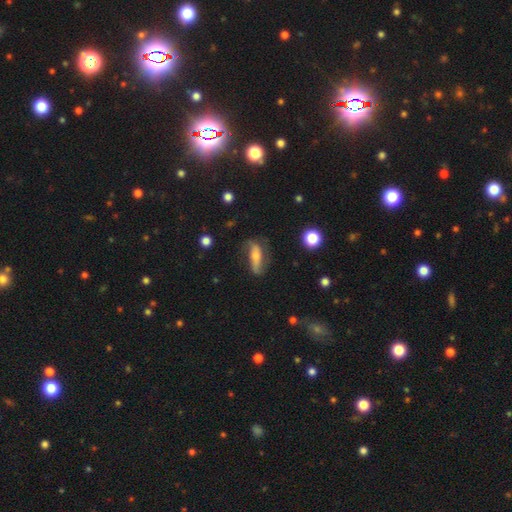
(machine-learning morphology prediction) Smooth or featured? featured or disk (56%)
Edge-on disk? no (73%)
Merging? none (57%)